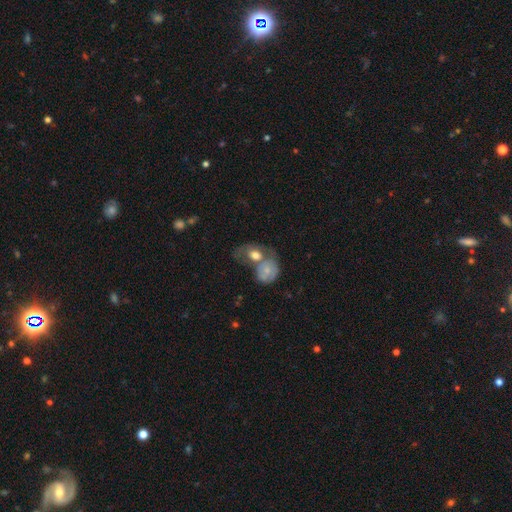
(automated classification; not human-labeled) Smooth or featured: smooth — 60% (featured or disk — 32%)
How rounded: in between — 58% (round — 40%)
Merging: merger — 59% (none — 19%)